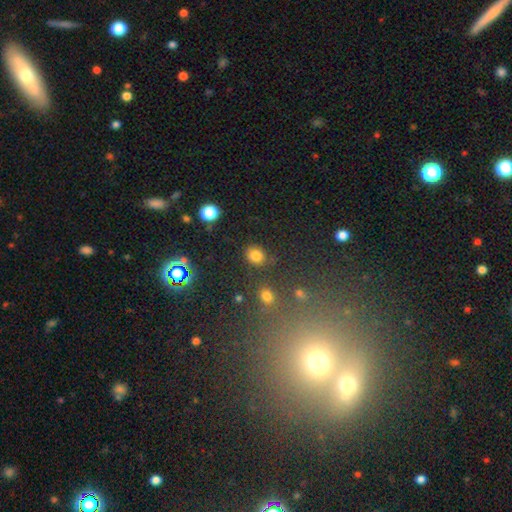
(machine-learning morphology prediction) Q: Smooth or featured?
A: smooth (80%); runner-up: star or artifact (14%)
Q: How rounded?
A: round (76%); runner-up: in between (23%)
Q: Merging?
A: none (80%); runner-up: minor disturbance (11%)